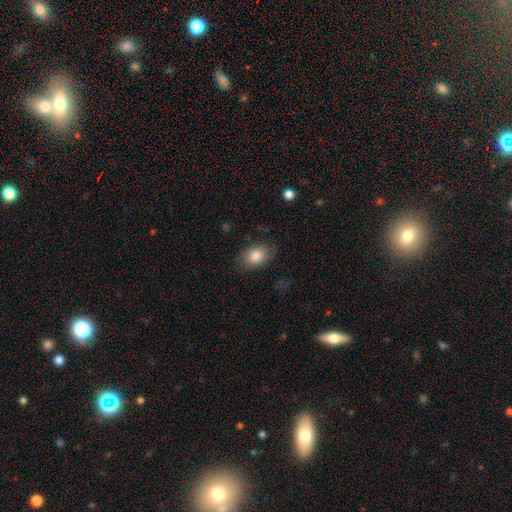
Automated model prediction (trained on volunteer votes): Smooth or featured?
  - smooth: 84% *
  - featured or disk: 9%
  - star or artifact: 7%
How rounded?
  - in between: 82% *
  - round: 17%
  - cigar-shaped: 1%
Merging?
  - none: 77% *
  - minor disturbance: 17%
  - major disturbance: 5%
  - merger: 1%